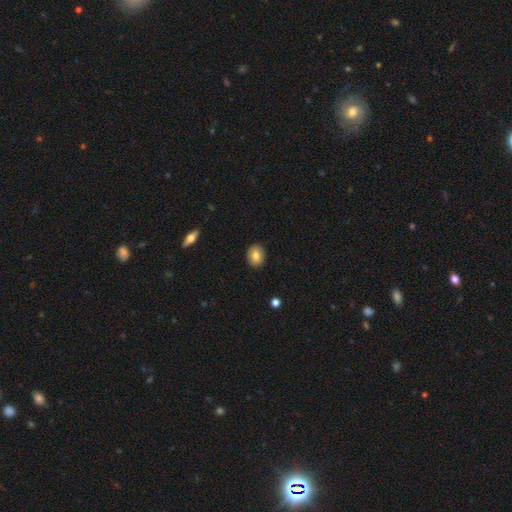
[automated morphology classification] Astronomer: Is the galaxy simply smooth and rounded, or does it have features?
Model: smooth — 80%.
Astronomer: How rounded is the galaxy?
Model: round — 51% (runner-up: in between, 48%).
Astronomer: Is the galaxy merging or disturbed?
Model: none — 90%.